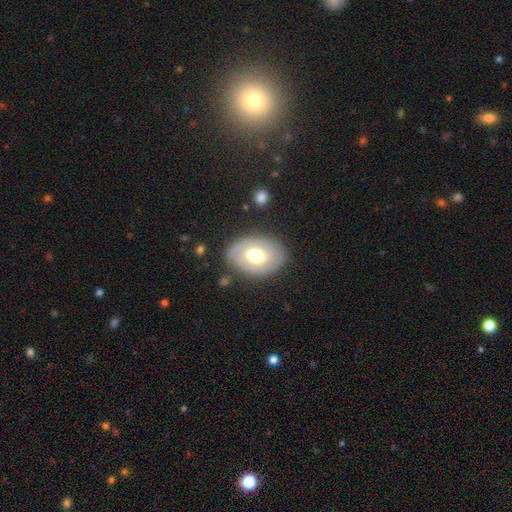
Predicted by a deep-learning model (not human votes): This is possibly a featured or disk galaxy (52%). It is clearly not viewed edge-on (94%). Merging: likely none (78%).